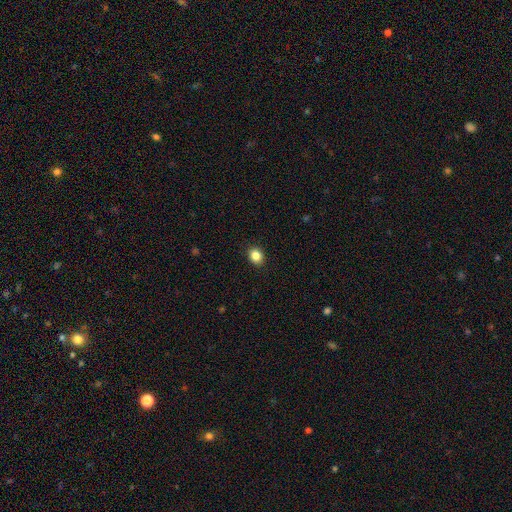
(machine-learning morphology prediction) Smooth or featured? Predicted: smooth (p=0.86). How rounded? Predicted: round (p=0.57). Merging? Predicted: none (p=0.91).